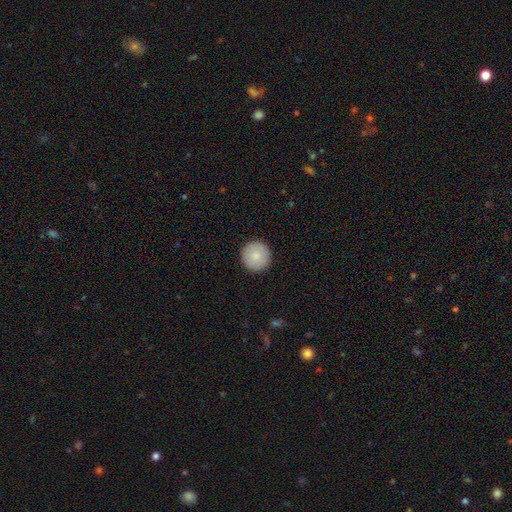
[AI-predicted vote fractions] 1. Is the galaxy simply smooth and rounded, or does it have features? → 87% smooth, 7% star or artifact, 7% featured or disk.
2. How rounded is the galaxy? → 95% round, 4% in between, 1% cigar-shaped.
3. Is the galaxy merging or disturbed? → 93% none, 5% minor disturbance, 2% major disturbance, 1% merger.